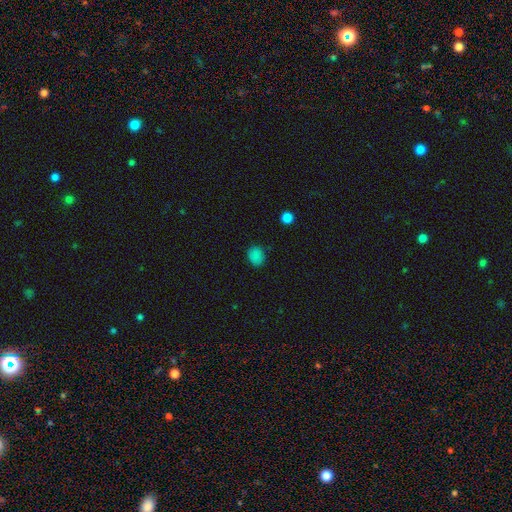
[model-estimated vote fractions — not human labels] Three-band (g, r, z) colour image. It shows a smooth galaxy with no disk features (81%) that is round (61%). Merging: none (83%).